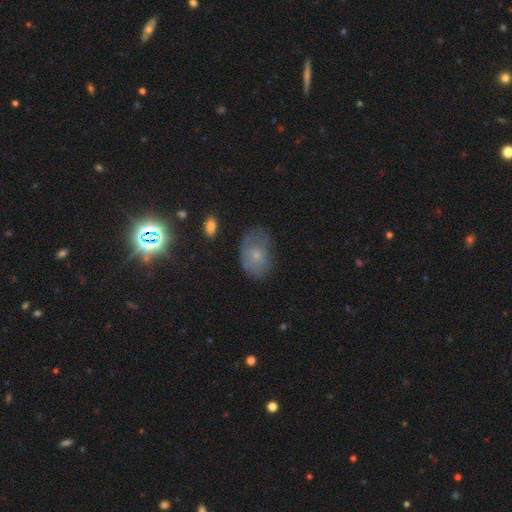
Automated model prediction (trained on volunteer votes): Morphology: type=smooth (57%); roundness=in between (75%); merging=none (57%).